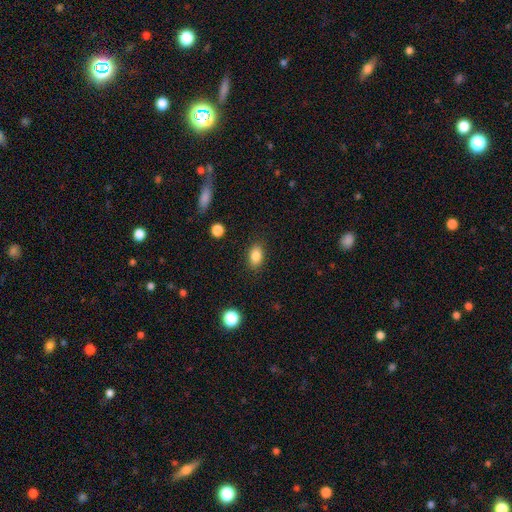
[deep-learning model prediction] A smooth galaxy with no disk features (85%) that is in between round and cigar-shaped (83%).

Vote fractions:
- Smooth or featured? smooth: 85% / star or artifact: 9% / featured or disk: 6%
- How rounded? in between: 83% / round: 15% / cigar-shaped: 2%
- Merging? none: 87% / minor disturbance: 9% / major disturbance: 3% / merger: 1%